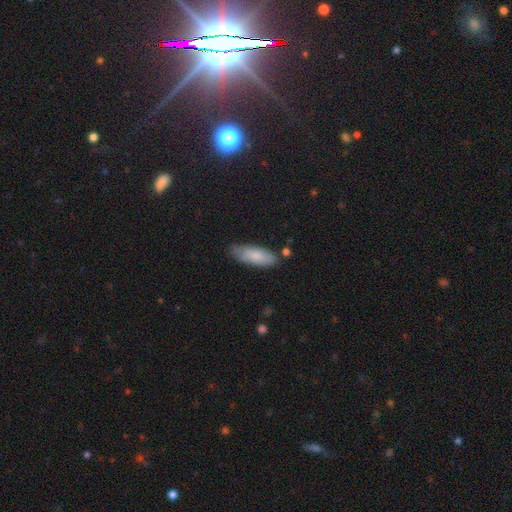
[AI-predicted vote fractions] This appears to be a smooth galaxy with no disk features (81%) that is in between round and cigar-shaped (67%). Merging: none (71%).